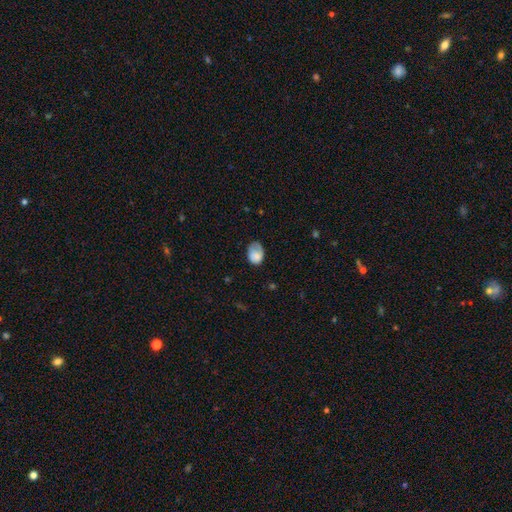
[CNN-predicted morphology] This appears to be a smooth galaxy with no disk features (76%) that is in between round and cigar-shaped (75%). Merging: none (41%).